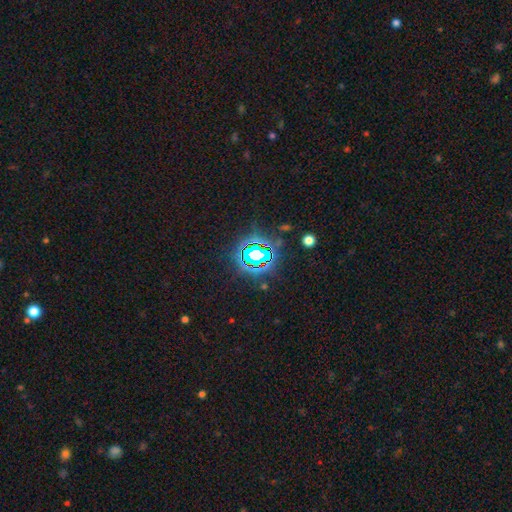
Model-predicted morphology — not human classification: A star or artifact, not a galaxy (73%).